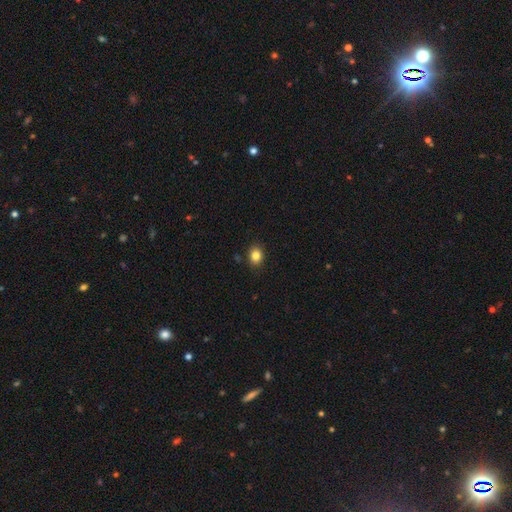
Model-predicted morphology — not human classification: smooth-or-featured: smooth: 84% | star or artifact: 11% | featured or disk: 5%
  how-rounded: round: 53% | in between: 46% | cigar-shaped: 1%
  merging: none: 88% | minor disturbance: 8% | major disturbance: 2% | merger: 1%